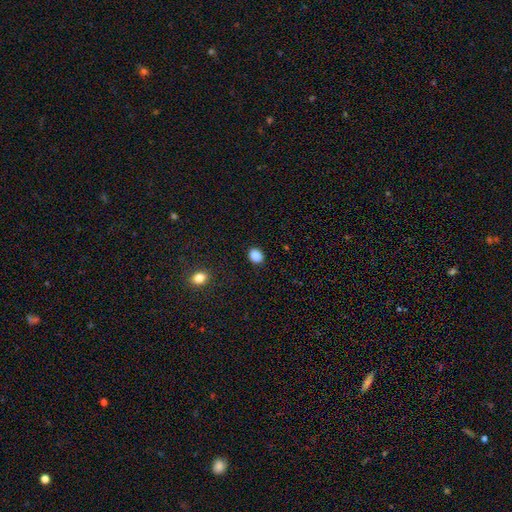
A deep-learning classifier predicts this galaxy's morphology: smooth 88%, star or artifact 9%, featured or disk 3%. Down the decision tree: how rounded — in between (52%); merging — none (89%).